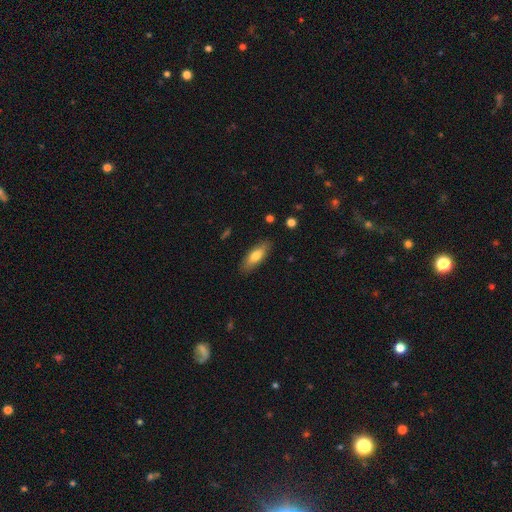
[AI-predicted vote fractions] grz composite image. It shows a smooth galaxy with no disk features (75%) that is in between round and cigar-shaped (65%). Merging: none (86%).